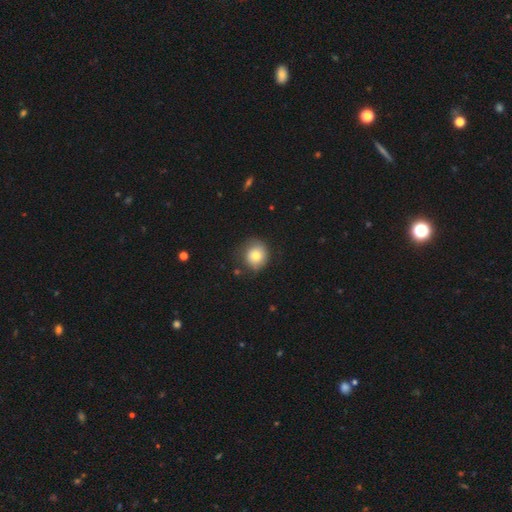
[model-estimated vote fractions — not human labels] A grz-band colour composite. It shows a smooth galaxy with no disk features (75%) that is round (82%). Merging: none (71%).